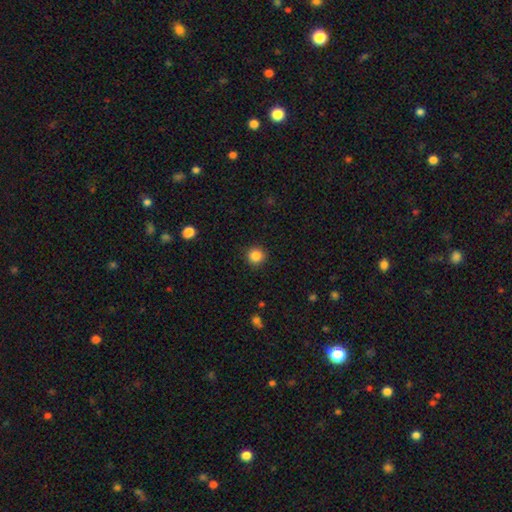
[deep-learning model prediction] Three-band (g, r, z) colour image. It shows a smooth galaxy with no disk features (85%) that is round (94%). Merging: none (91%).